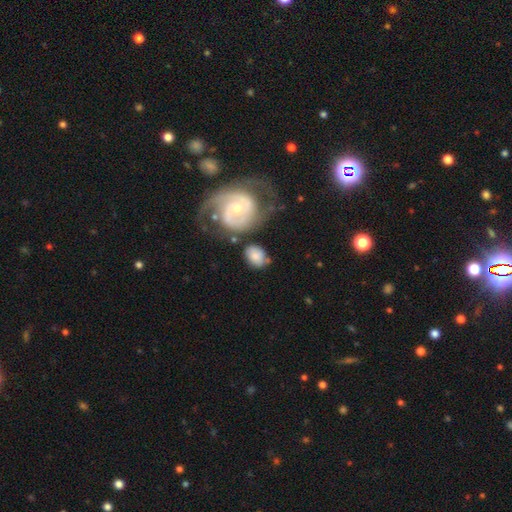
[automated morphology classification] Smooth or featured? Predicted: smooth (p=0.63). How rounded? Predicted: in between (p=0.63). Merging? Predicted: none (p=0.52).